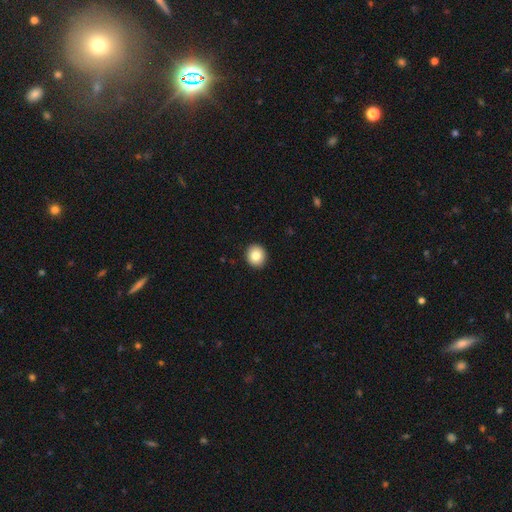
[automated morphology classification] The model was most divided on "how rounded": round: 86%, in between: 13%, cigar-shaped: 1%. More confident: merging — none (93%); smooth or featured — smooth (84%).